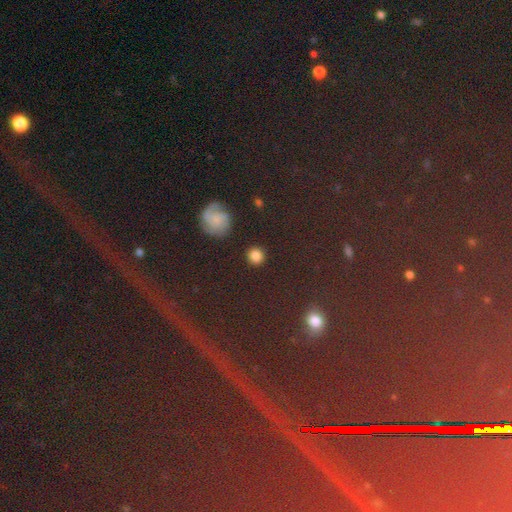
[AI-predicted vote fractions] A smooth galaxy with no disk features (85%) that is round (93%).

Vote fractions:
- Smooth or featured? smooth: 85% / star or artifact: 10% / featured or disk: 5%
- How rounded? round: 93% / in between: 6% / cigar-shaped: 1%
- Merging? none: 91% / minor disturbance: 5% / major disturbance: 2% / merger: 2%